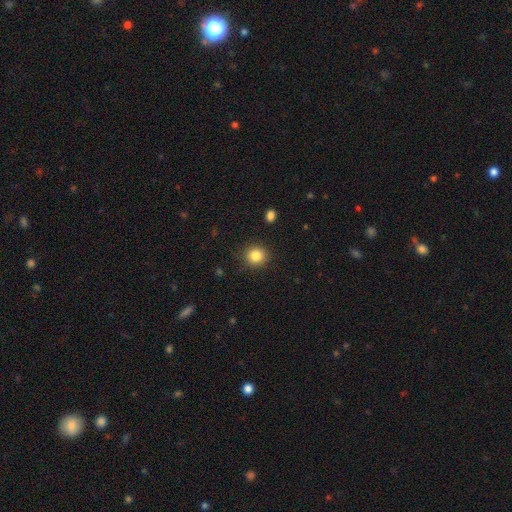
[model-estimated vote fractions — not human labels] Smooth or featured?
  - smooth: 84% *
  - star or artifact: 11%
  - featured or disk: 6%
How rounded?
  - round: 90% *
  - in between: 9%
  - cigar-shaped: 1%
Merging?
  - none: 89% *
  - minor disturbance: 7%
  - major disturbance: 2%
  - merger: 1%